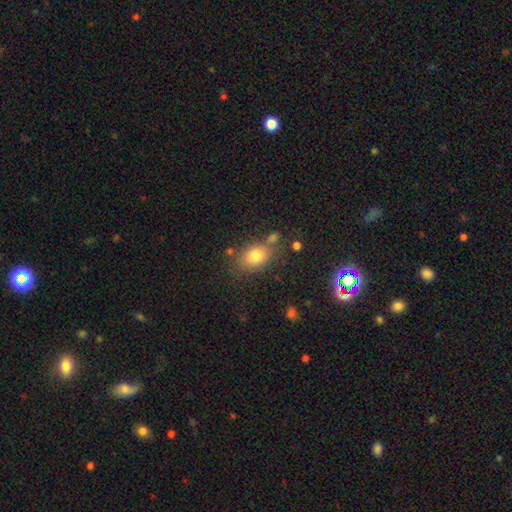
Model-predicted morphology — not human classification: smooth_or_featured: smooth (p=0.78) [alt: star or artifact p=0.12]
how_rounded: in between (p=0.70) [alt: round p=0.28]
merging: none (p=0.70) [alt: minor disturbance p=0.15]